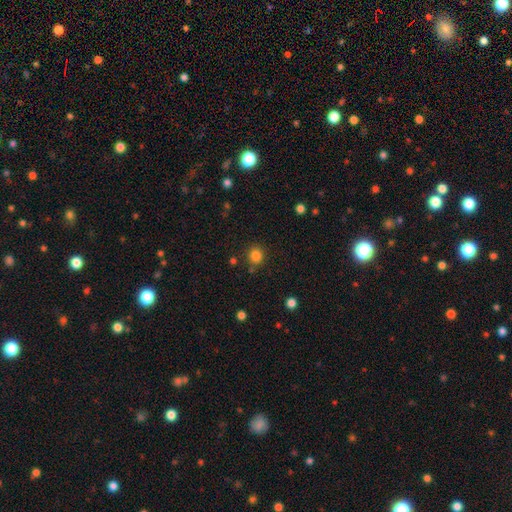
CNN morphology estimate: A smooth galaxy with no disk features (83%) that is round (87%).

Vote fractions:
- Smooth or featured? smooth: 83% / star or artifact: 13% / featured or disk: 5%
- How rounded? round: 87% / in between: 12% / cigar-shaped: 1%
- Merging? none: 83% / minor disturbance: 9% / merger: 5% / major disturbance: 3%